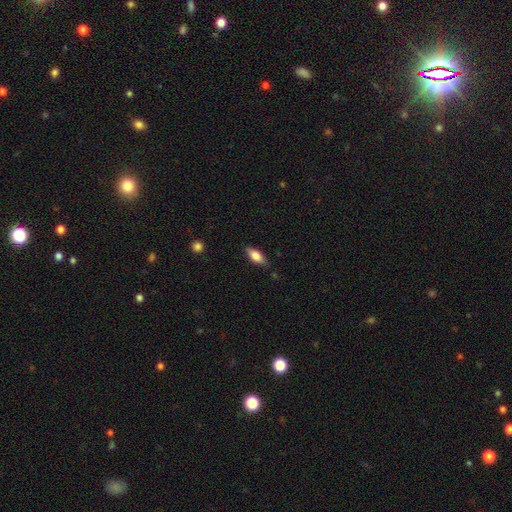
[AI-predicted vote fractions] A smooth galaxy with no disk features (76%) that is in between round and cigar-shaped (81%).

Vote fractions:
- Smooth or featured? smooth: 76% / featured or disk: 17% / star or artifact: 7%
- How rounded? in between: 81% / cigar-shaped: 16% / round: 3%
- Merging? none: 80% / minor disturbance: 15% / major disturbance: 3% / merger: 1%